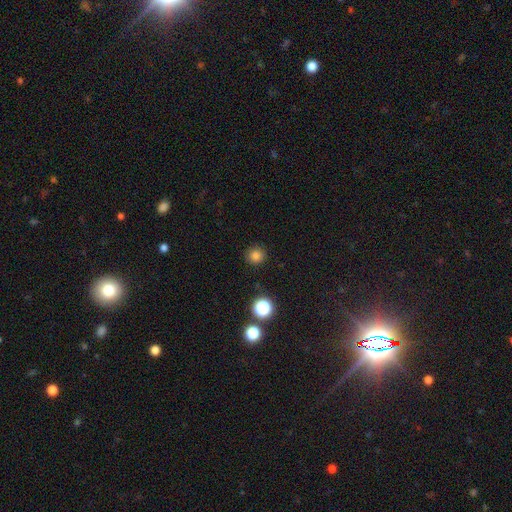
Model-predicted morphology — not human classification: A smooth galaxy with no disk features (80%) that is round (94%).

Vote fractions:
- Smooth or featured? smooth: 80% / star or artifact: 16% / featured or disk: 5%
- How rounded? round: 94% / in between: 5% / cigar-shaped: 1%
- Merging? none: 90% / minor disturbance: 6% / major disturbance: 2% / merger: 1%